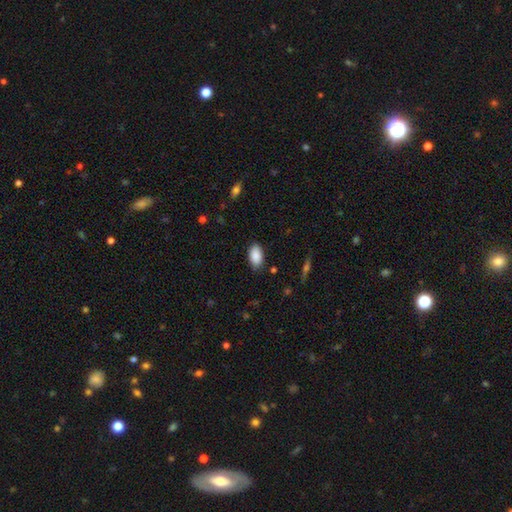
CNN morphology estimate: This is clearly a smooth galaxy (89%). How rounded: clearly in between (94%). Merging: clearly none (84%).